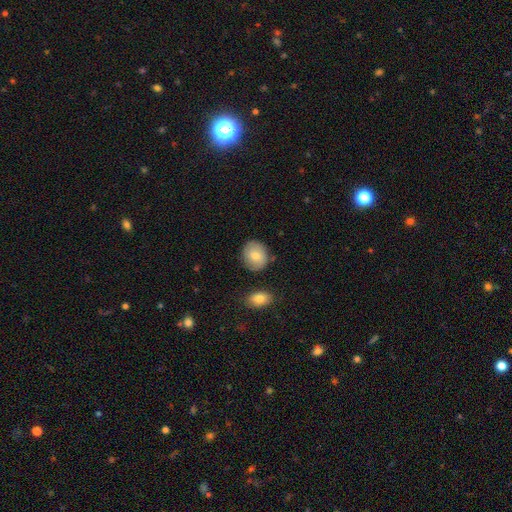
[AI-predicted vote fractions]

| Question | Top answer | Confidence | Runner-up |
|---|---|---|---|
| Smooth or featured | smooth | 79% | featured or disk (14%) |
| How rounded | round | 65% | in between (34%) |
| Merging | none | 80% | minor disturbance (14%) |